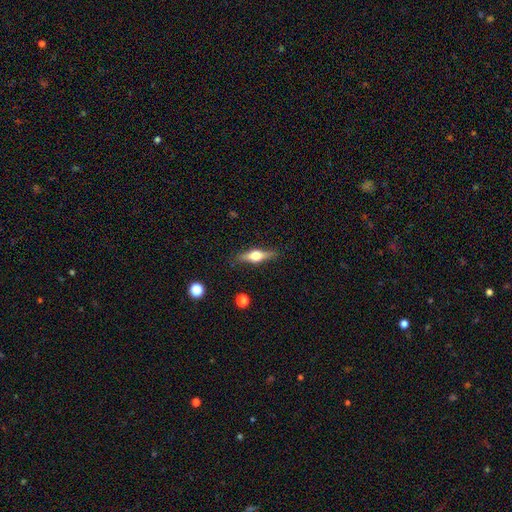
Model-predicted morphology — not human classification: featured or disk 61%, smooth 32%, star or artifact 7%. Down the decision tree: edge-on disk — yes (95%); edge-on bulge — rounded (95%); merging — none (86%).